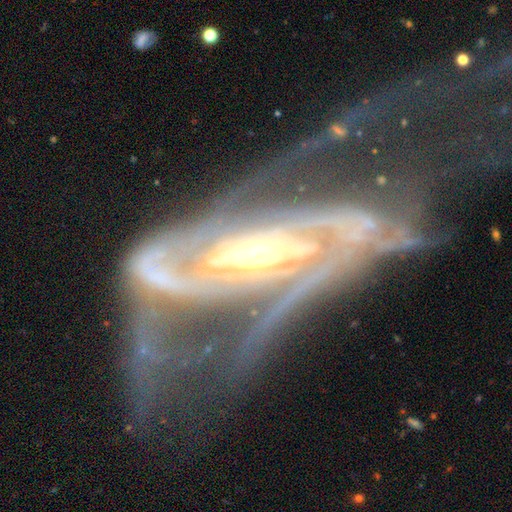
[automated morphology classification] A featured or disk galaxy (89%) with no bar (39%), 2 (44%) medium (37%) spiral arms (89%) and a moderate central bulge (62%).

Vote fractions:
- Smooth or featured? featured or disk: 89% / star or artifact: 6% / smooth: 6%
- Edge-on disk? no: 87% / yes: 13%
- Bar? no: 39% / strong: 32% / weak: 28%
- Spiral arms? yes: 89% / no: 11%
- Spiral winding? medium: 37% / tight: 35% / loose: 28%
- Spiral arm count? 2: 44% / can't tell: 19% / 3: 12% / 1: 9% / 4: 8% / more than 4: 8%
- Bulge size? moderate: 62% / small: 26% / large: 7% / none: 2% / dominant: 2%
- Merging? major disturbance: 36% / none: 31% / minor disturbance: 17% / merger: 16%